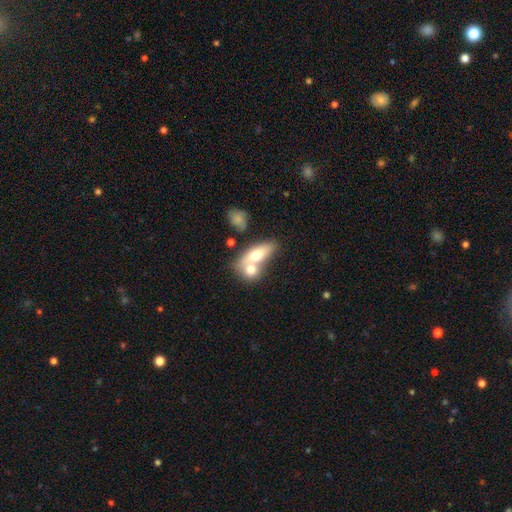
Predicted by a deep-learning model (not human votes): Smooth or featured?
  - smooth: 67% *
  - featured or disk: 26%
  - star or artifact: 7%
How rounded?
  - in between: 71% *
  - round: 18%
  - cigar-shaped: 11%
Merging?
  - merger: 68% *
  - none: 20%
  - minor disturbance: 7%
  - major disturbance: 5%